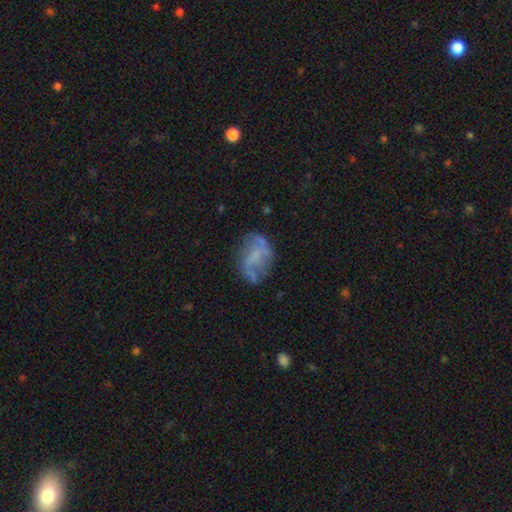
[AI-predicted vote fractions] Overall: featured or disk (57%; smooth 32%). Edge-on disk: no (97%). Bar: no (60%; weak 28%). Spiral arms: yes (56%; no 44%). Bulge size: none (72%). Merging: none (54%; minor disturbance 24%).